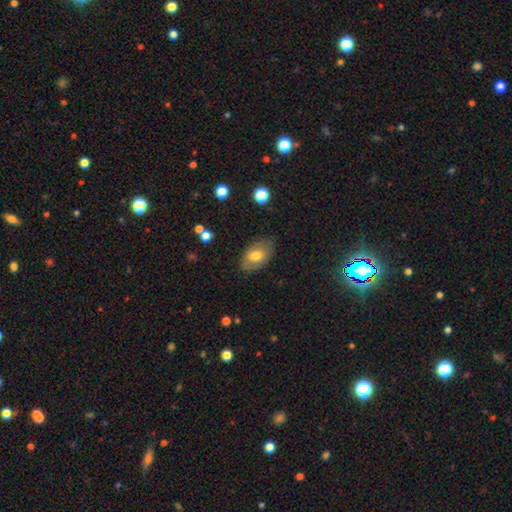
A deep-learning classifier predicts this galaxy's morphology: smooth_or_featured: smooth (p=0.68) [alt: featured or disk p=0.25]
how_rounded: in between (p=0.90) [alt: round p=0.08]
merging: none (p=0.76) [alt: minor disturbance p=0.18]